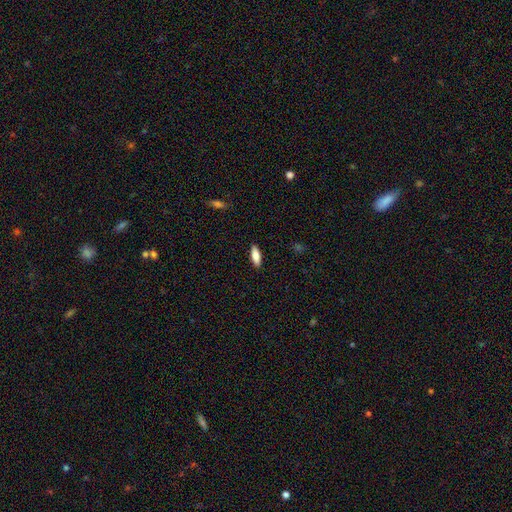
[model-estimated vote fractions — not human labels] Smooth or featured: smooth — 81% (featured or disk — 13%)
How rounded: in between — 64% (cigar-shaped — 34%)
Merging: none — 90% (minor disturbance — 7%)